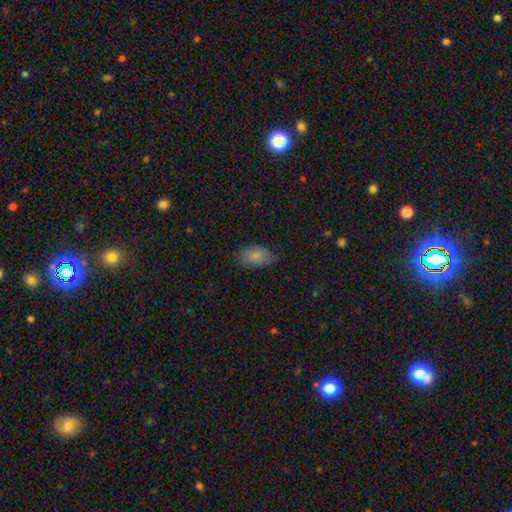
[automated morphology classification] A smooth galaxy with no disk features (81%) that is in between round and cigar-shaped (91%). Merging: none (66%).